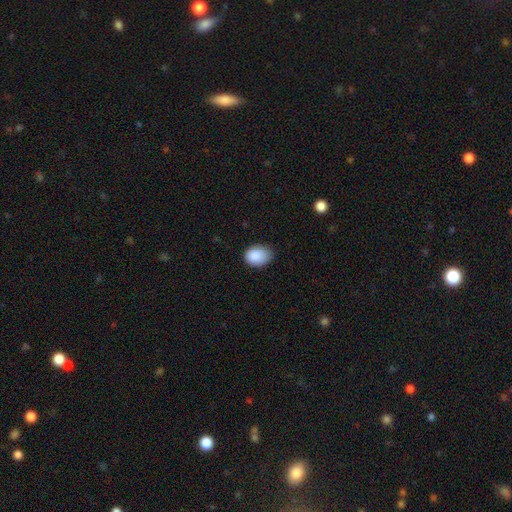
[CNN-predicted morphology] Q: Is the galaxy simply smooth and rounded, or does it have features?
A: smooth — 88%.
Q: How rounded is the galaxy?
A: in between — 69%.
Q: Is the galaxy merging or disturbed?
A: none — 66%.